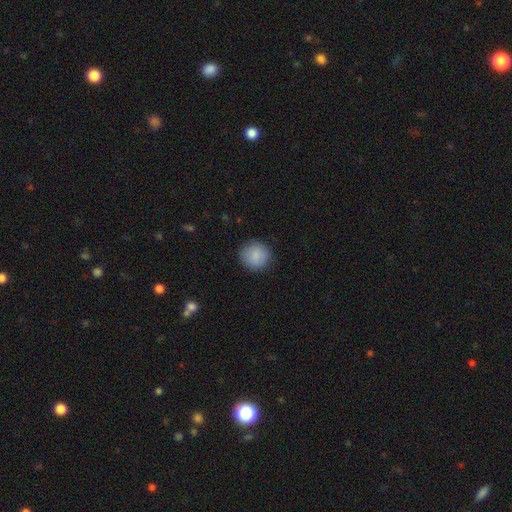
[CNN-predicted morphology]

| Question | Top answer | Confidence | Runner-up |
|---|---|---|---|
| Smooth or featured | smooth | 88% | star or artifact (7%) |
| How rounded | round | 93% | in between (6%) |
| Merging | none | 88% | minor disturbance (8%) |